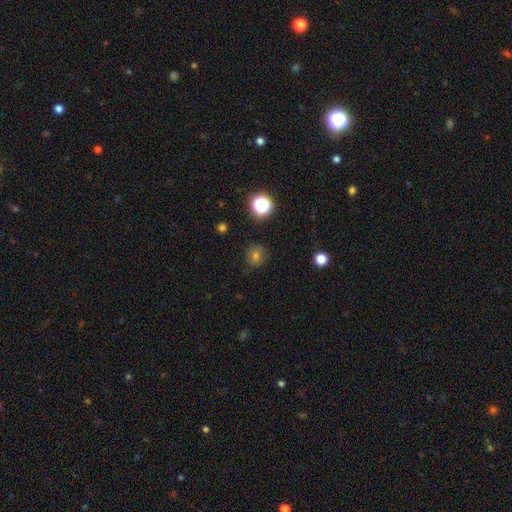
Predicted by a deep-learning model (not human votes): smooth_or_featured: smooth (p=0.70) [alt: star or artifact p=0.21]
how_rounded: round (p=0.88) [alt: in between p=0.11]
merging: none (p=0.83) [alt: minor disturbance p=0.12]